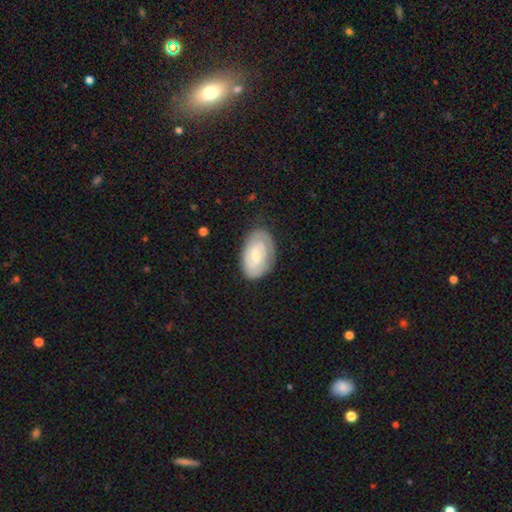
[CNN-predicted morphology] Smooth or featured? Predicted: featured or disk (p=0.73). Edge-on disk? Predicted: no (p=0.97). Bar? Predicted: weak (p=0.48). Spiral arms? Predicted: yes (p=0.91). Spiral winding? Predicted: tight (p=0.70). Spiral arm count? Predicted: 2 (p=0.67). Bulge size? Predicted: small (p=0.44). Merging? Predicted: none (p=0.80).